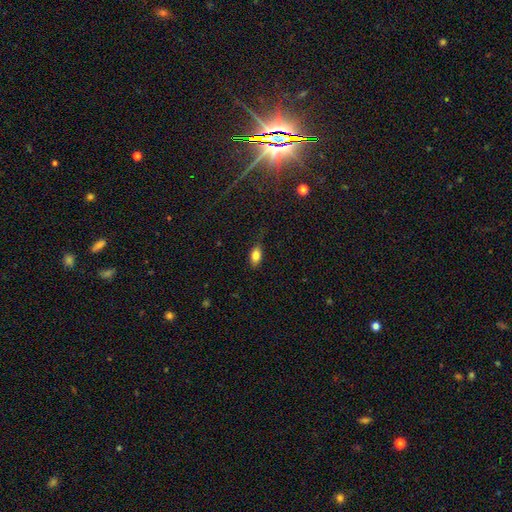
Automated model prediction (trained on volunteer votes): smooth 80%, featured or disk 11%, star or artifact 9%. Down the decision tree: how rounded — in between (87%); merging — none (79%).